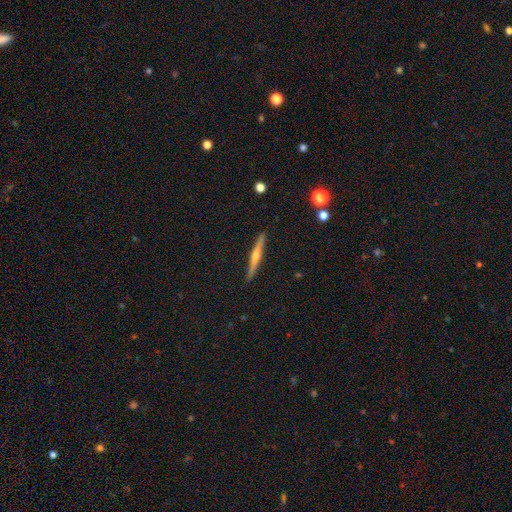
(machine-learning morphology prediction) Smooth or featured: featured or disk — 62% (smooth — 31%)
Edge-on disk: yes — 97% (no — 3%)
Edge-on bulge: rounded — 71% (none — 23%)
Merging: none — 90% (minor disturbance — 7%)